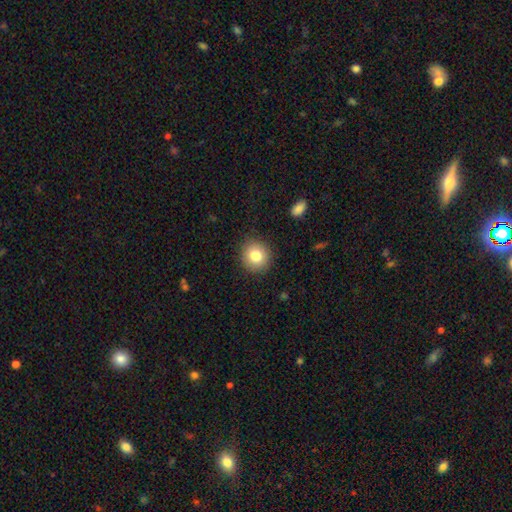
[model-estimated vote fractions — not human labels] This appears to be a smooth galaxy with no disk features (82%) that is round (87%). Merging: none (89%).